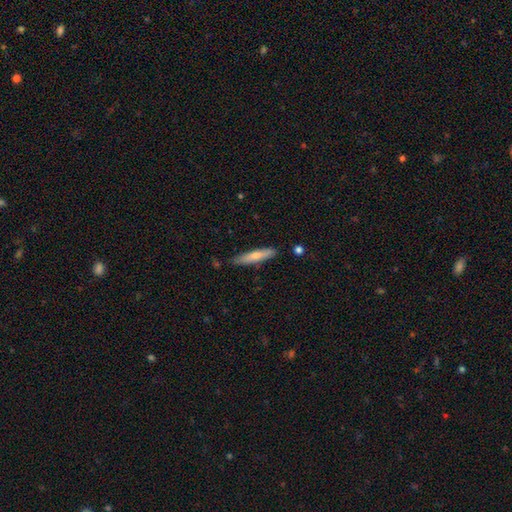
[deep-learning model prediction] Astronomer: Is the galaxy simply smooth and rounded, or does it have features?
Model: smooth — 67%.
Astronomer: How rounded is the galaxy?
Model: cigar-shaped — 88%.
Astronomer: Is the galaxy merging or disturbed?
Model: none — 83%.